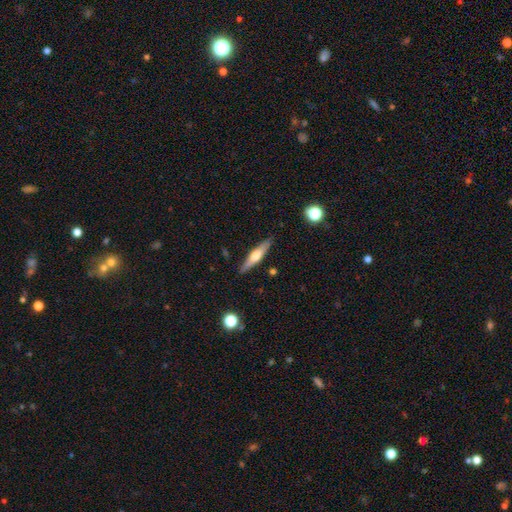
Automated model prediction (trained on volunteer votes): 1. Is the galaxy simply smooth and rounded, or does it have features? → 61% featured or disk, 33% smooth, 6% star or artifact.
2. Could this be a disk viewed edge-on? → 96% yes, 4% no.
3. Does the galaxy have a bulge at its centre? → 91% rounded, 5% boxy, 4% none.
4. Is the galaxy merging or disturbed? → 89% none, 8% minor disturbance, 2% major disturbance, 1% merger.